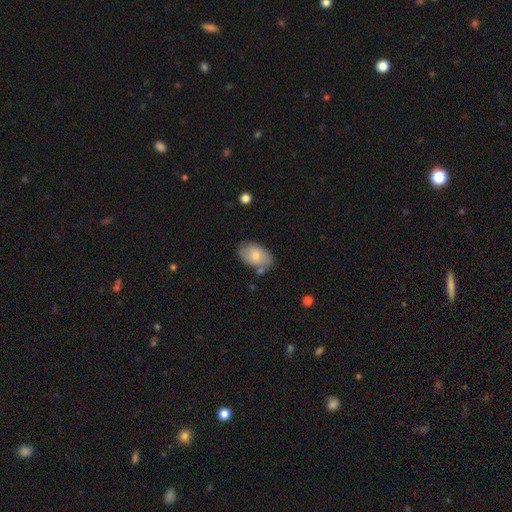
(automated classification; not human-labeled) This appears to be a smooth galaxy with no disk features (76%) that is in between round and cigar-shaped (91%). Merging: none (68%).